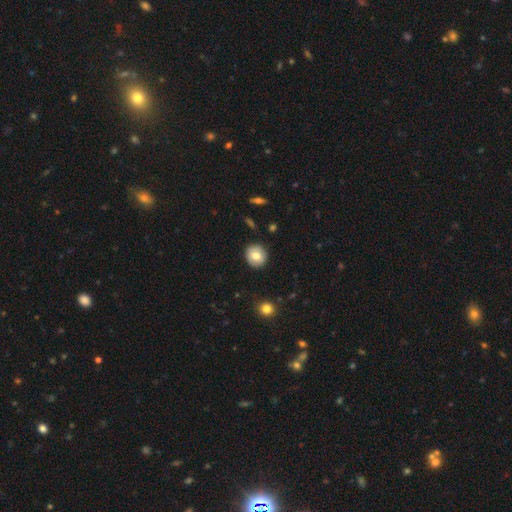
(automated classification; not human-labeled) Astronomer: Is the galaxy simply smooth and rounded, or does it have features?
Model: smooth — 77%.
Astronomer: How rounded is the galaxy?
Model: round — 91%.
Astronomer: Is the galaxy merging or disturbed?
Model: none — 89%.